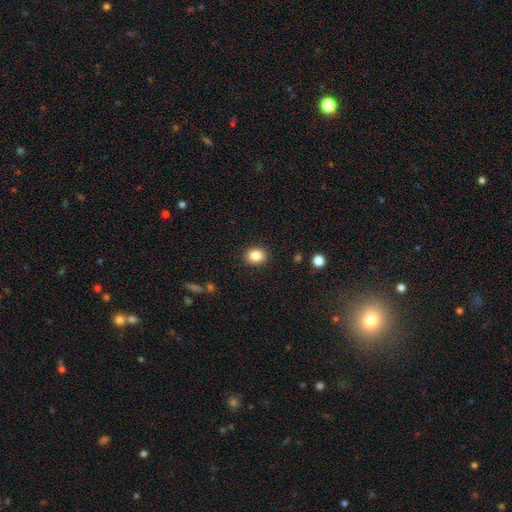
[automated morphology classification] smooth-or-featured: smooth: 85% | star or artifact: 10% | featured or disk: 5%
  how-rounded: round: 56% | in between: 43% | cigar-shaped: 1%
  merging: none: 90% | minor disturbance: 7% | major disturbance: 2% | merger: 1%